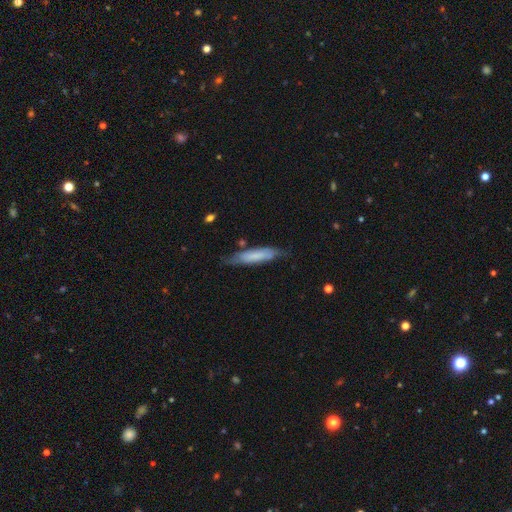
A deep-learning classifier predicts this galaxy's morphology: This is likely a smooth galaxy (62%). How rounded: likely cigar-shaped (79%). Merging: likely none (70%).